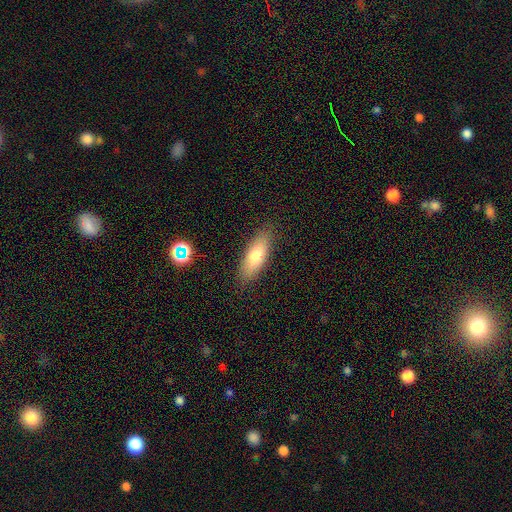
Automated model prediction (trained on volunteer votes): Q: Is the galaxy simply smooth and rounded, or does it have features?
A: smooth — 73%.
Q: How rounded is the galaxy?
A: in between — 63%.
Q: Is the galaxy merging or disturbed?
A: none — 86%.